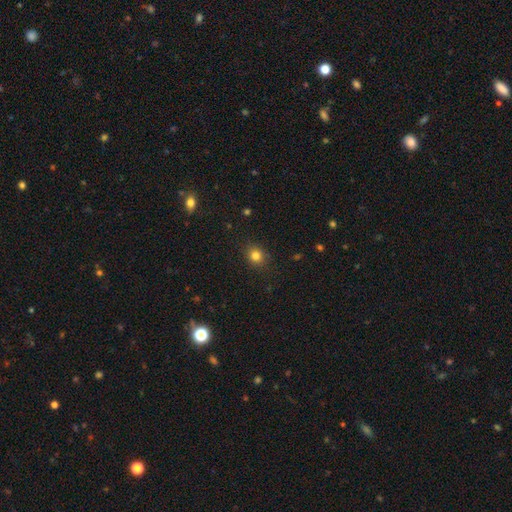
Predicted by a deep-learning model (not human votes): smooth_or_featured: smooth (p=0.82) [alt: star or artifact p=0.13]
how_rounded: round (p=0.73) [alt: in between p=0.26]
merging: none (p=0.87) [alt: minor disturbance p=0.09]